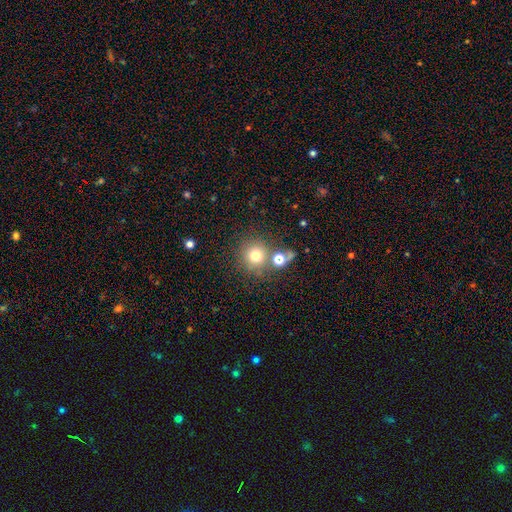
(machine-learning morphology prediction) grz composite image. It shows a smooth galaxy with no disk features (73%) that is round (92%). Merging: none (69%).